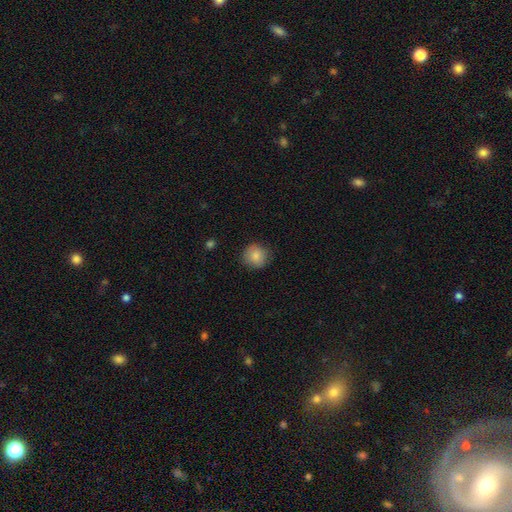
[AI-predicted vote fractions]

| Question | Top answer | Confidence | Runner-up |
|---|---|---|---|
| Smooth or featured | smooth | 85% | star or artifact (9%) |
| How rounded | round | 90% | in between (9%) |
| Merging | none | 85% | minor disturbance (11%) |